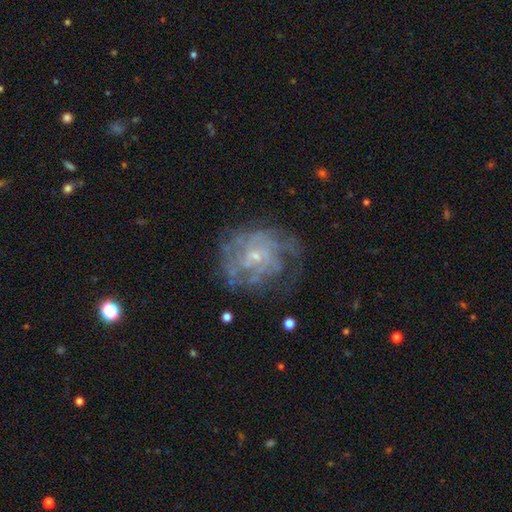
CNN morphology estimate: A featured or disk galaxy (74%) with no bar (75%), tight (56%) spiral arms (72%) and a small central bulge (74%). Merging: none (59%).